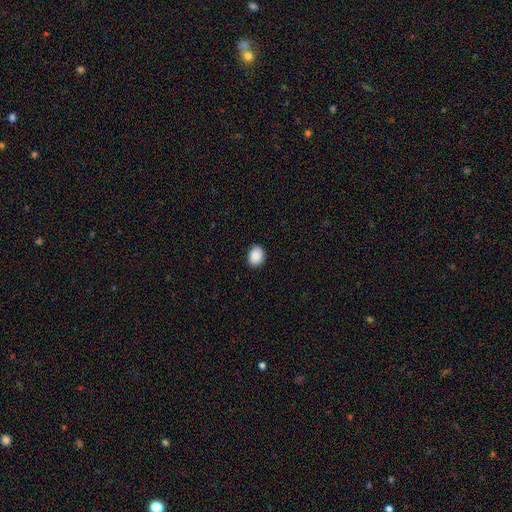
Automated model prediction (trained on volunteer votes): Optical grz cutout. It shows a smooth galaxy with no disk features (90%) that is in between round and cigar-shaped (58%). Merging: none (89%).